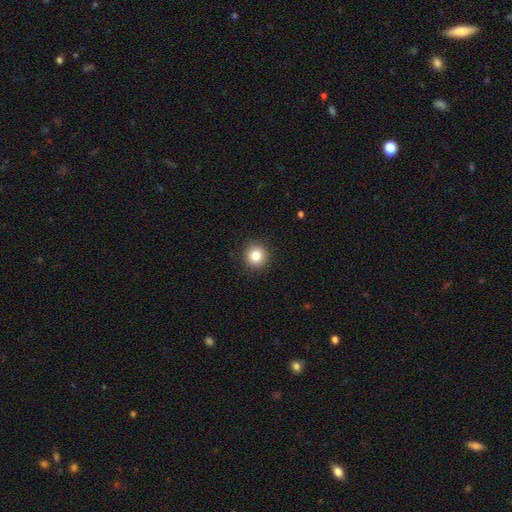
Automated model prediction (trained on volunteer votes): Overall: smooth (84%). How rounded: round (93%). Merging: none (92%).